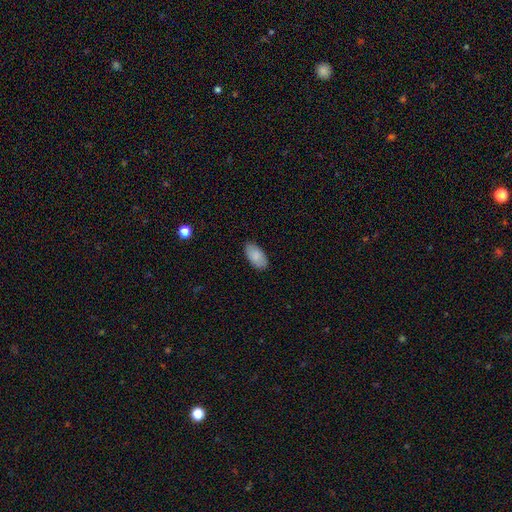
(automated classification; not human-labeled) smooth-or-featured: smooth: 85% | featured or disk: 8% | star or artifact: 6%
  how-rounded: in between: 95% | cigar-shaped: 3% | round: 2%
  merging: none: 85% | minor disturbance: 12% | major disturbance: 2% | merger: 1%